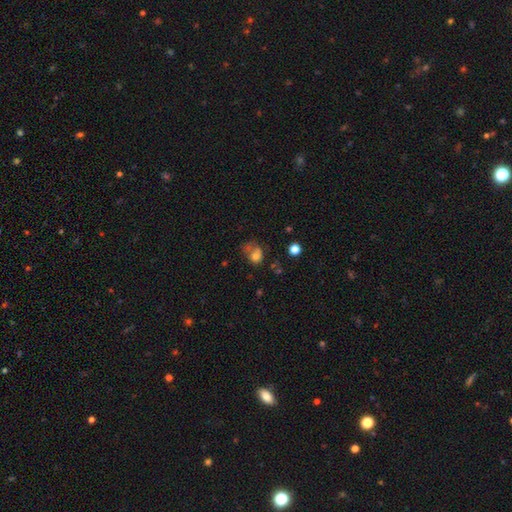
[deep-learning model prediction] Morphology: type=smooth (65%); roundness=round (57%); merging=none (30%).